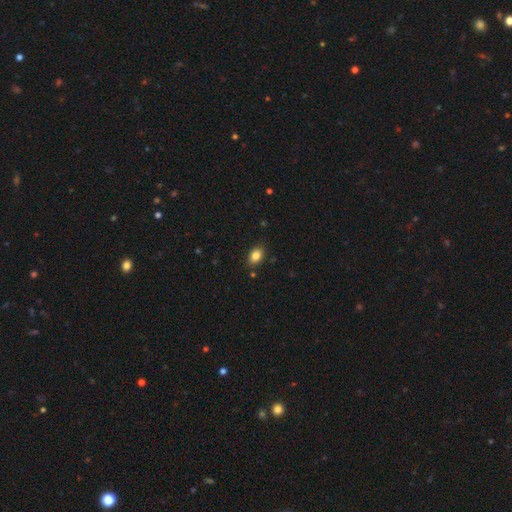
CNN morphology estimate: A smooth galaxy with no disk features (84%) that is in between round and cigar-shaped (81%).

Vote fractions:
- Smooth or featured? smooth: 84% / star or artifact: 9% / featured or disk: 7%
- How rounded? in between: 81% / round: 18% / cigar-shaped: 1%
- Merging? none: 86% / minor disturbance: 10% / major disturbance: 2% / merger: 2%